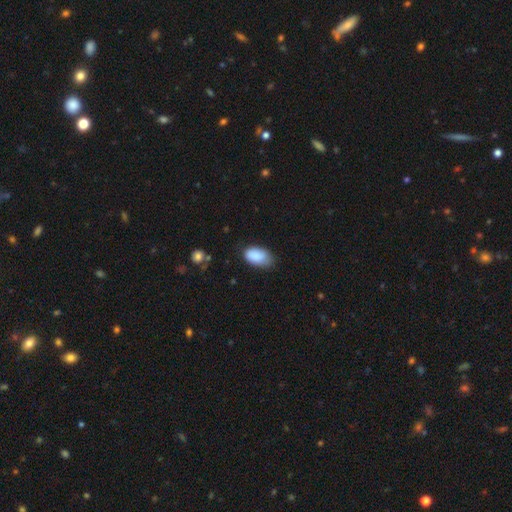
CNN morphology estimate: Smooth or featured? smooth (88%)
How rounded? in between (94%)
Merging? none (63%)